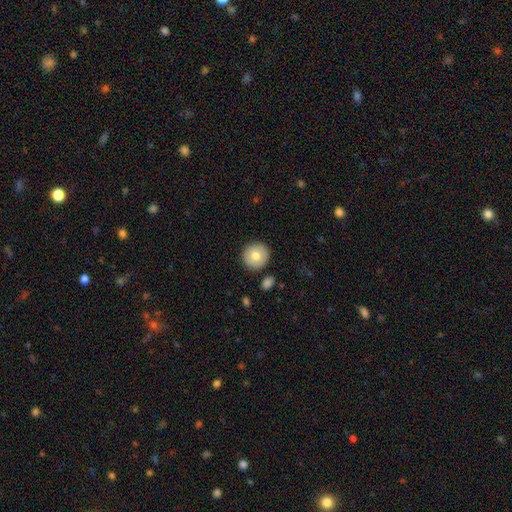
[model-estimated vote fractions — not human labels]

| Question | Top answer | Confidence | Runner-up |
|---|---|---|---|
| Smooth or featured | smooth | 74% | featured or disk (18%) |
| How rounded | round | 94% | in between (6%) |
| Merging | none | 88% | minor disturbance (7%) |